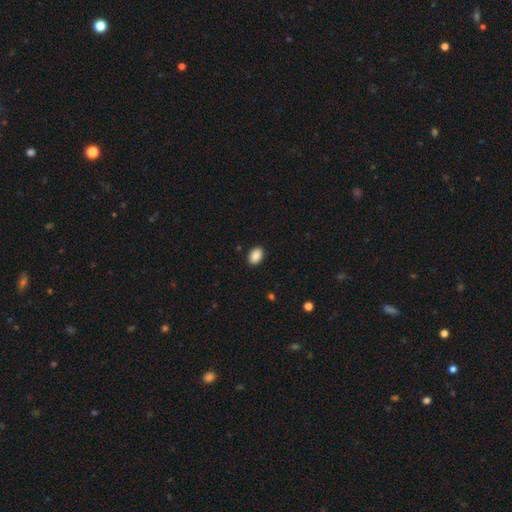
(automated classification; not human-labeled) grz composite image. It shows a smooth galaxy with no disk features (89%) that is in between round and cigar-shaped (82%). Merging: none (90%).